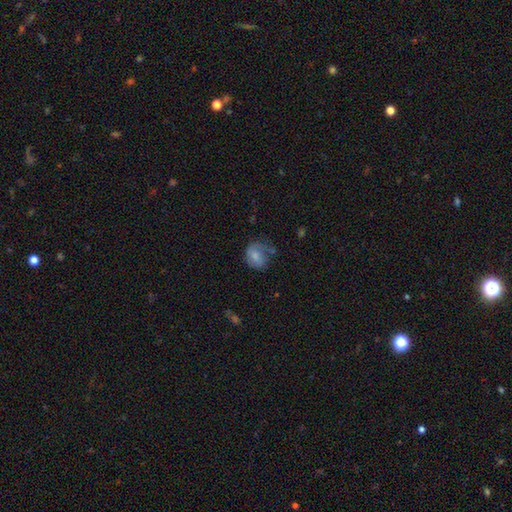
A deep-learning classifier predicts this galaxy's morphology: Overall: smooth (69%). How rounded: round (55%; in between 44%). Merging: none (47%; minor disturbance 30%).